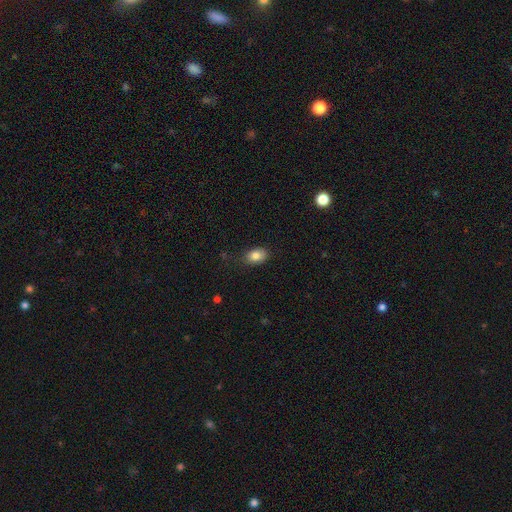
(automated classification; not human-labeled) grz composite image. It shows a smooth galaxy with no disk features (84%) that is in between round and cigar-shaped (83%). Merging: none (81%).